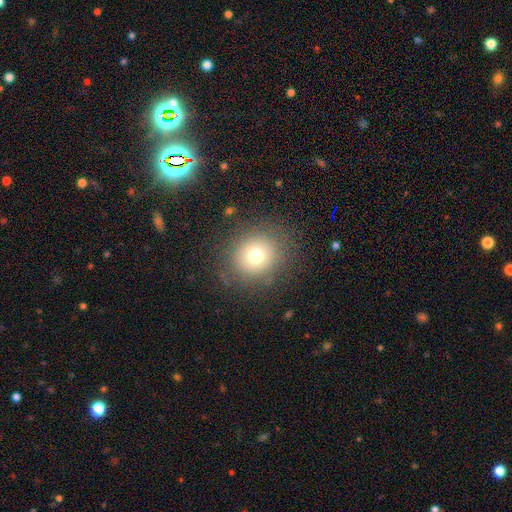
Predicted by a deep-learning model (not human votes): A smooth galaxy with no disk features (71%) that is round (86%).

Vote fractions:
- Smooth or featured? smooth: 71% / star or artifact: 16% / featured or disk: 14%
- How rounded? round: 86% / in between: 13% / cigar-shaped: 1%
- Merging? none: 83% / minor disturbance: 10% / major disturbance: 5% / merger: 1%